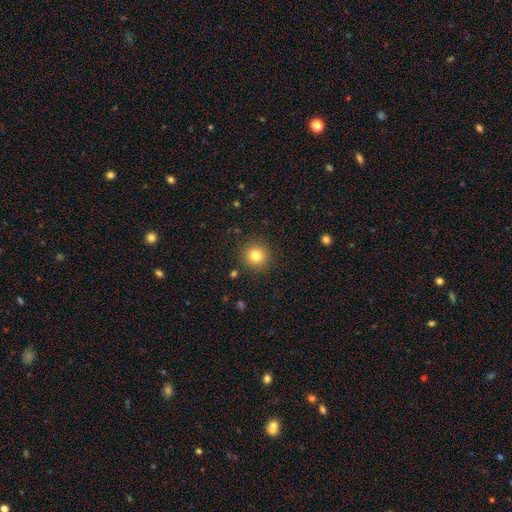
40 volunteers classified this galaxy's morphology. Overall: smooth (72%). How rounded: round (100%). Merging: none (83%).